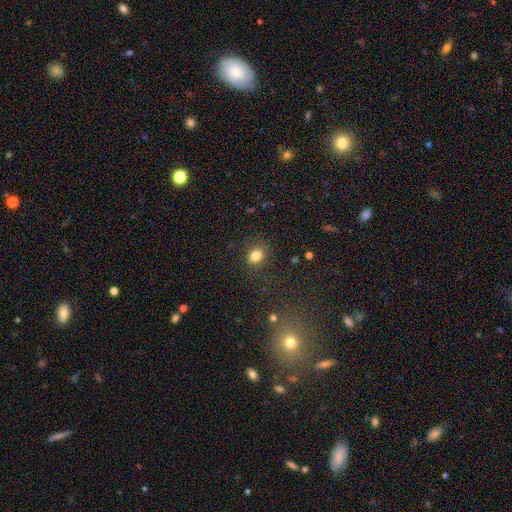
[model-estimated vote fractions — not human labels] Q: Smooth or featured?
A: smooth (82%); runner-up: star or artifact (12%)
Q: How rounded?
A: in between (52%); runner-up: round (47%)
Q: Merging?
A: none (81%); runner-up: minor disturbance (13%)